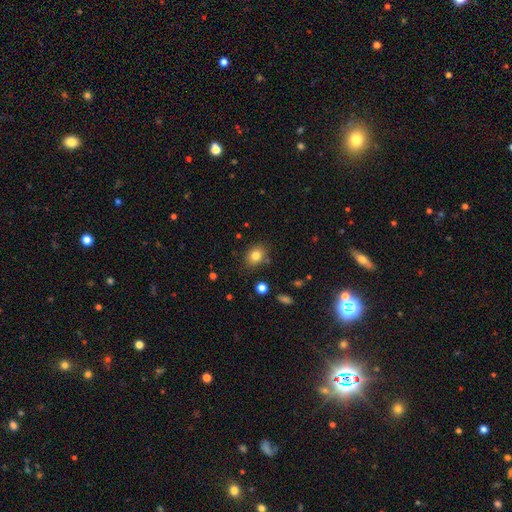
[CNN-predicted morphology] Smooth or featured?
  - smooth: 82% *
  - star or artifact: 11%
  - featured or disk: 8%
How rounded?
  - in between: 55% *
  - round: 44%
  - cigar-shaped: 1%
Merging?
  - none: 81% *
  - minor disturbance: 13%
  - merger: 4%
  - major disturbance: 3%